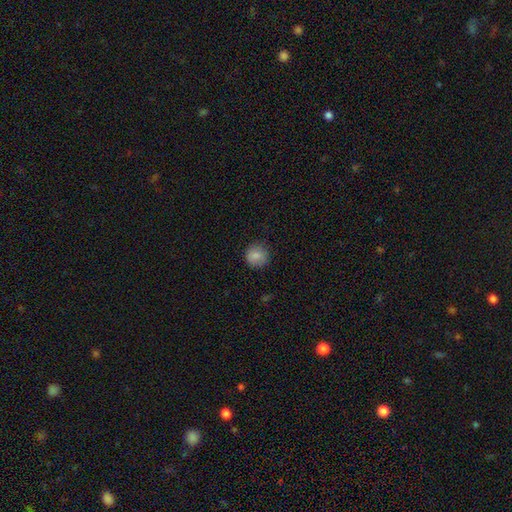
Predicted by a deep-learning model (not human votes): Smooth or featured? Predicted: smooth (p=0.86). How rounded? Predicted: round (p=0.92). Merging? Predicted: none (p=0.85).